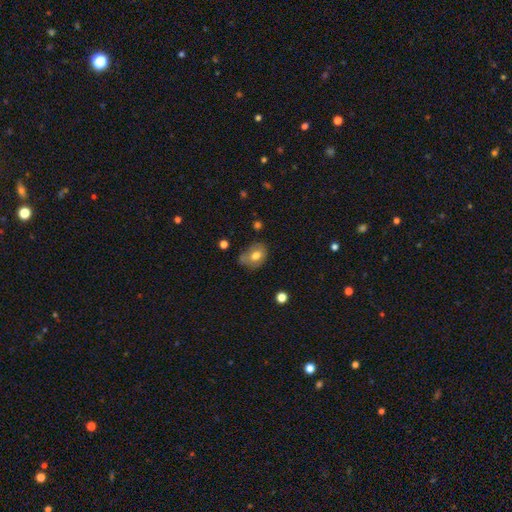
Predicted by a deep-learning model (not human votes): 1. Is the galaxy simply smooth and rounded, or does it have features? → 70% smooth, 22% featured or disk, 9% star or artifact.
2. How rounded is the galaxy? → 69% in between, 30% round, 1% cigar-shaped.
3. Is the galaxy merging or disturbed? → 54% none, 31% minor disturbance, 10% major disturbance, 5% merger.